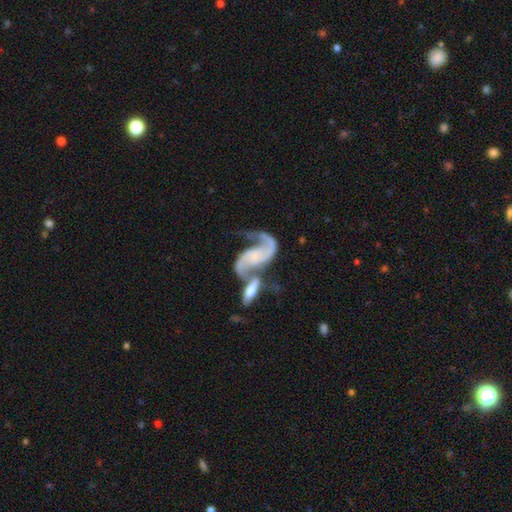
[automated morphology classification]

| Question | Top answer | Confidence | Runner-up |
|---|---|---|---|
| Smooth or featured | featured or disk | 89% | smooth (6%) |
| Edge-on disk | no | 96% | yes (4%) |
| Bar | no | 52% | weak (34%) |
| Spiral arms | yes | 96% | no (4%) |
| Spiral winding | loose | 57% | medium (35%) |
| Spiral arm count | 2 | 87% | 1 (7%) |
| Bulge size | small | 44% | none (35%) |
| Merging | merger | 48% | none (26%) |